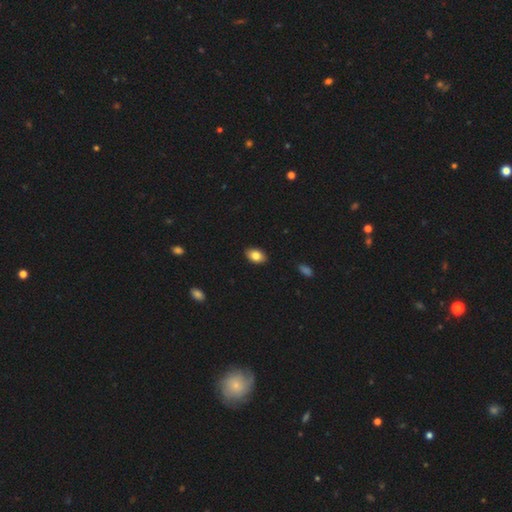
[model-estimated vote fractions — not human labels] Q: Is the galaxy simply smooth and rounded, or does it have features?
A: smooth — 83%.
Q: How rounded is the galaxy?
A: in between — 88%.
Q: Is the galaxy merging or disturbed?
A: none — 89%.